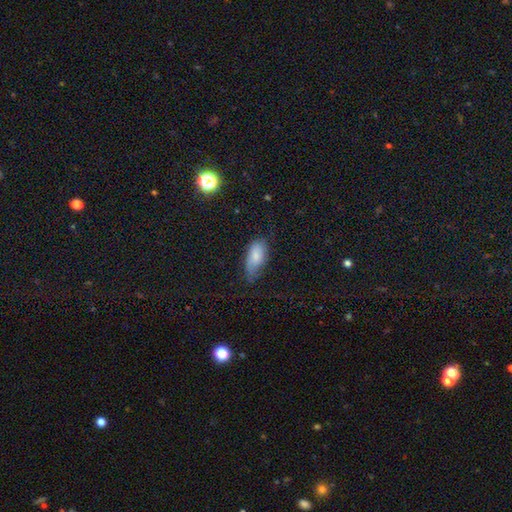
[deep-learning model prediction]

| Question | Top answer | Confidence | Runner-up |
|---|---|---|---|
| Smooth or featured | smooth | 79% | featured or disk (14%) |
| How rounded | in between | 88% | cigar-shaped (9%) |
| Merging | none | 53% | minor disturbance (36%) |